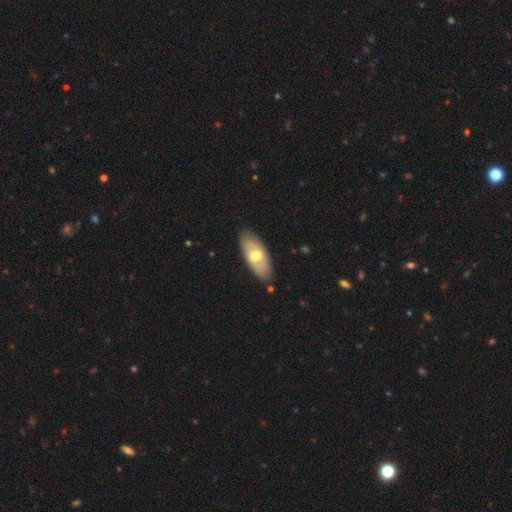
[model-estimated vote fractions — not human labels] smooth 50%, featured or disk 45%, star or artifact 5%. Down the decision tree: how rounded — in between (87%); merging — none (83%).